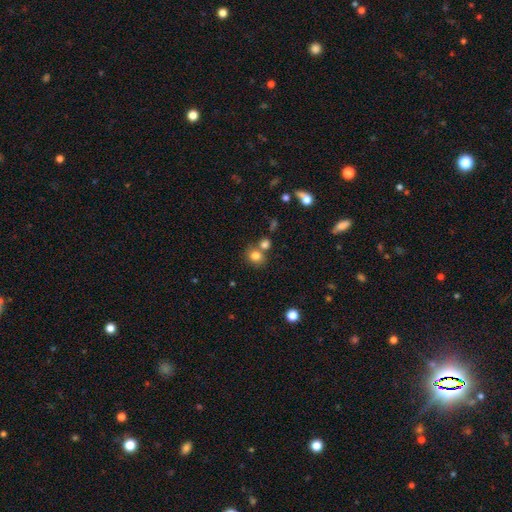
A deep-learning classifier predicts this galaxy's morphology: smooth_or_featured: smooth (p=0.80) [alt: star or artifact p=0.12]
how_rounded: round (p=0.76) [alt: in between p=0.23]
merging: none (p=0.60) [alt: merger p=0.26]